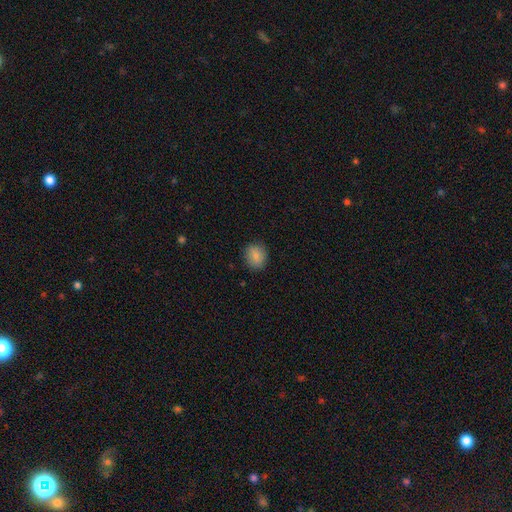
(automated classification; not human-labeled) This appears to be a smooth galaxy with no disk features (86%) that is round (69%). Merging: none (87%).